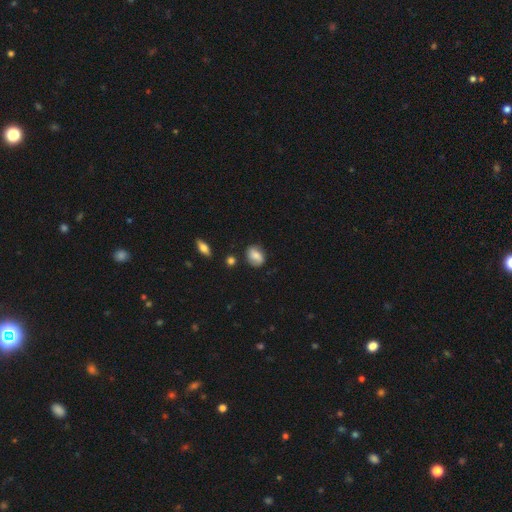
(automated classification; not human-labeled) smooth 66%, featured or disk 25%, star or artifact 8%. Down the decision tree: how rounded — in between (62%); merging — none (74%).